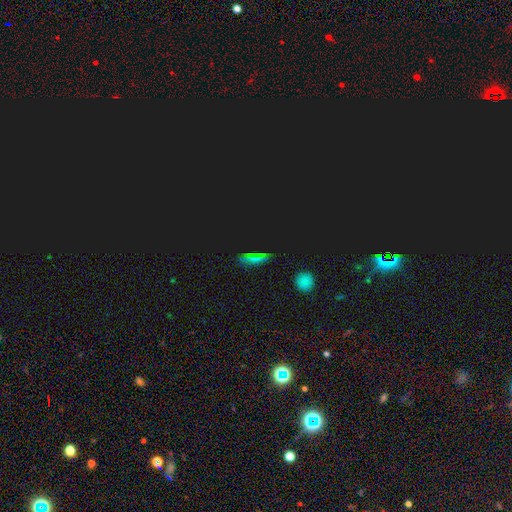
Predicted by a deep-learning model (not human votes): The model was most divided on "smooth or featured": star or artifact: 53%, smooth: 36%, featured or disk: 12%.